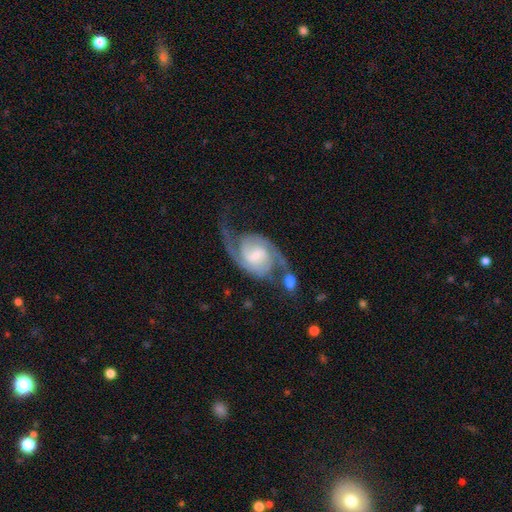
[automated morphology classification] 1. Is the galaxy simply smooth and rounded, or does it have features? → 89% featured or disk, 6% smooth, 4% star or artifact.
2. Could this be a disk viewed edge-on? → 97% no, 3% yes.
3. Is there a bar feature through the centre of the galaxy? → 52% weak, 31% no, 17% strong.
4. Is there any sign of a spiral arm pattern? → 98% yes, 2% no.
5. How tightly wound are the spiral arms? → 50% medium, 25% tight, 25% loose.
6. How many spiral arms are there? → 90% 2, 3% can't tell, 2% 3, 2% 1, 1% 4, 1% more than 4.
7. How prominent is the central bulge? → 52% small, 33% moderate, 7% none, 6% large, 2% dominant.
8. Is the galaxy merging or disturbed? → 52% none, 17% major disturbance, 17% minor disturbance, 14% merger.